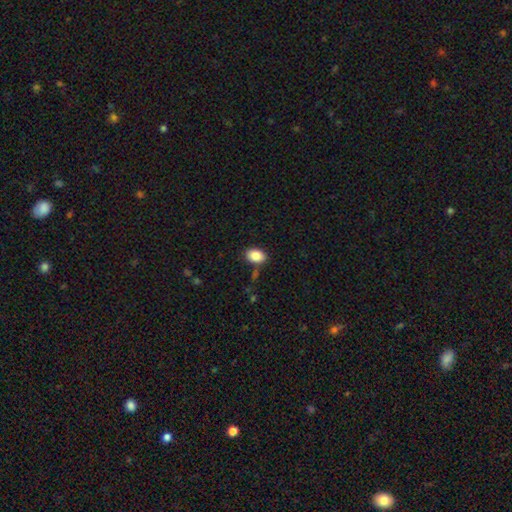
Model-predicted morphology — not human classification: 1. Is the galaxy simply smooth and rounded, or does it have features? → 87% smooth, 8% star or artifact, 5% featured or disk.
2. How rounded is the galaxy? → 84% in between, 15% round, 1% cigar-shaped.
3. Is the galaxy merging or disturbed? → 83% none, 11% minor disturbance, 4% merger, 3% major disturbance.